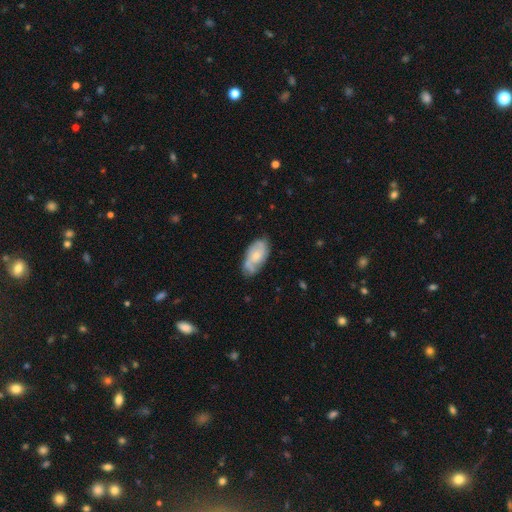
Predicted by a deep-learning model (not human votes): smooth-or-featured: featured or disk: 56% | smooth: 38% | star or artifact: 6%
  disk-edge-on: no: 94% | yes: 6%
    bar: no: 74% | weak: 23% | strong: 4%
    has-spiral-arms: yes: 75% | no: 25%
    bulge-size: small: 52% | moderate: 41% | none: 4% | large: 2% | dominant: 1%
  merging: none: 58% | minor disturbance: 28% | merger: 7% | major disturbance: 7%